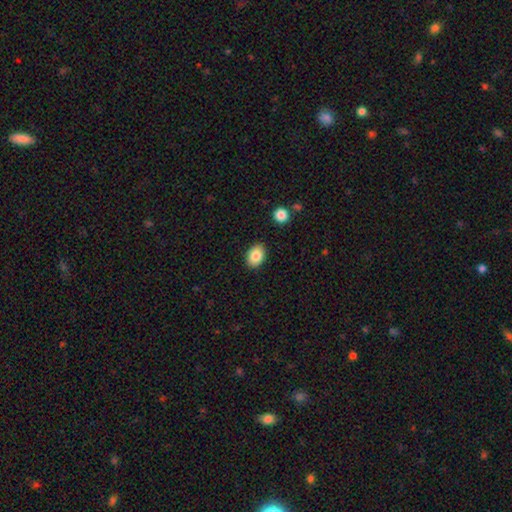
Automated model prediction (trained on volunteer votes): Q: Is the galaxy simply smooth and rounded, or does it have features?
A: smooth — 85%.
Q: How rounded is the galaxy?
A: in between — 79%.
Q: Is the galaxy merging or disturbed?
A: none — 88%.